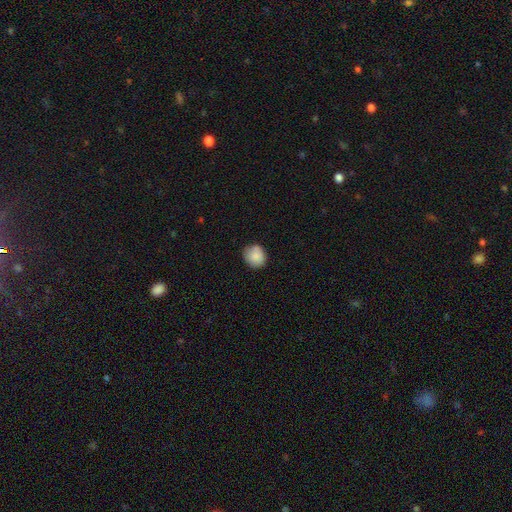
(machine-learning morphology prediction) smooth 86%, star or artifact 8%, featured or disk 6%. Down the decision tree: how rounded — round (81%); merging — none (78%).